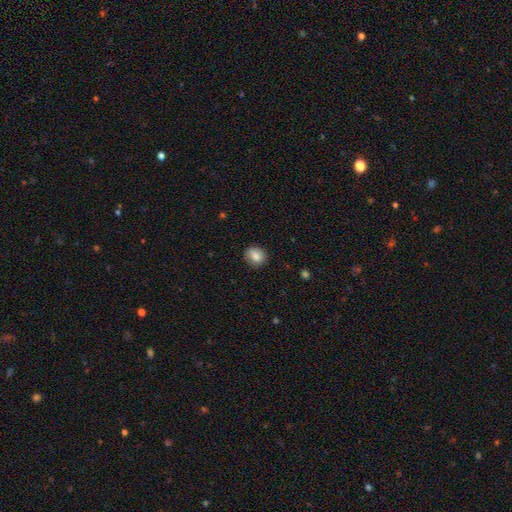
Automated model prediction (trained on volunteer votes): Smooth or featured?
  - smooth: 84% *
  - star or artifact: 8%
  - featured or disk: 8%
How rounded?
  - round: 66% *
  - in between: 33%
  - cigar-shaped: 1%
Merging?
  - none: 83% *
  - minor disturbance: 13%
  - major disturbance: 3%
  - merger: 1%